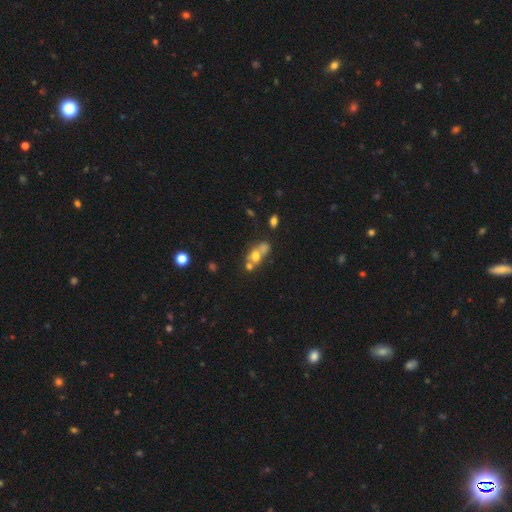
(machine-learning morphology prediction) smooth 55%, featured or disk 30%, star or artifact 14%. Down the decision tree: how rounded — in between (55%); merging — merger (49%).